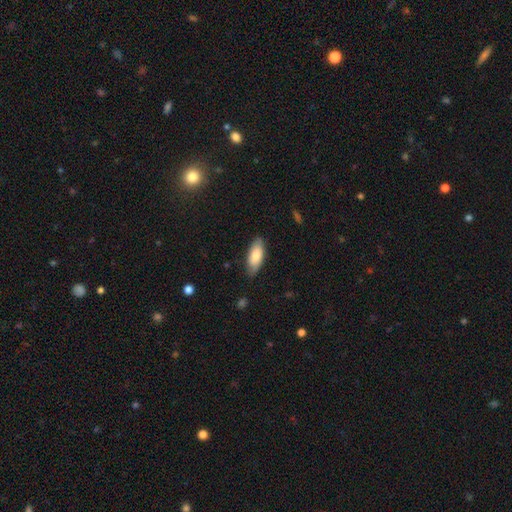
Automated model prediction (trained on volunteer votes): A smooth galaxy with no disk features (79%) that is in between round and cigar-shaped (83%). Merging: none (81%).